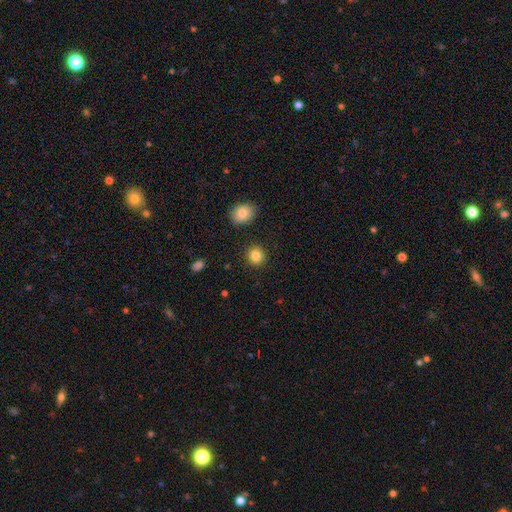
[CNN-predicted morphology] smooth-or-featured: smooth: 85% | star or artifact: 10% | featured or disk: 5%
  how-rounded: round: 88% | in between: 11% | cigar-shaped: 1%
  merging: none: 90% | minor disturbance: 6% | major disturbance: 2% | merger: 2%